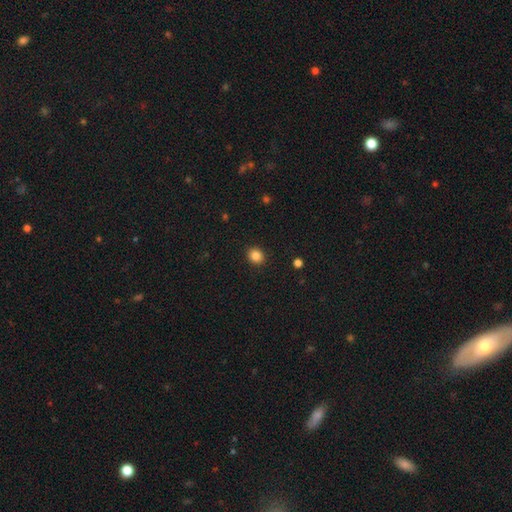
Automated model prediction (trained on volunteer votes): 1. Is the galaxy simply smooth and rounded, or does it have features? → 85% smooth, 11% star or artifact, 5% featured or disk.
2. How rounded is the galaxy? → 70% round, 30% in between, 1% cigar-shaped.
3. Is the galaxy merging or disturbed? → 91% none, 6% minor disturbance, 2% major disturbance, 1% merger.